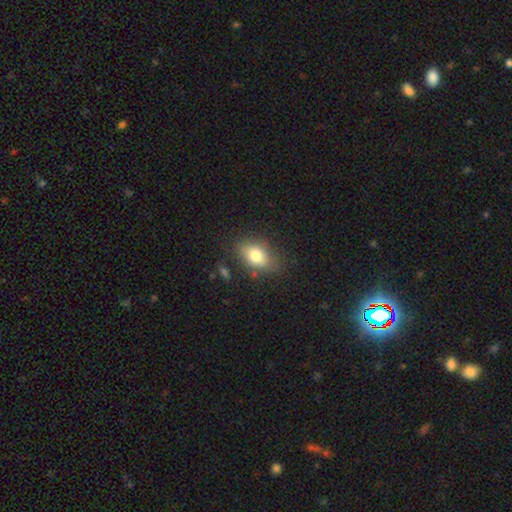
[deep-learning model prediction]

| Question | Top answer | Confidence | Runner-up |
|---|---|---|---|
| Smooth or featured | smooth | 78% | featured or disk (14%) |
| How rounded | in between | 84% | round (14%) |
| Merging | none | 76% | minor disturbance (17%) |